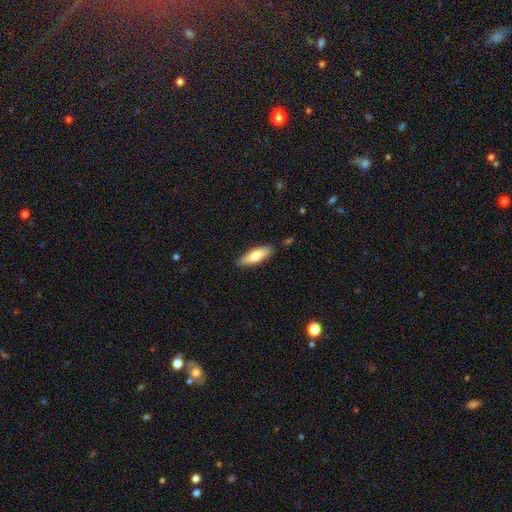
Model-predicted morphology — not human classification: Smooth or featured? Predicted: smooth (p=0.69). How rounded? Predicted: in between (p=0.49, tied with cigar-shaped). Merging? Predicted: none (p=0.85).